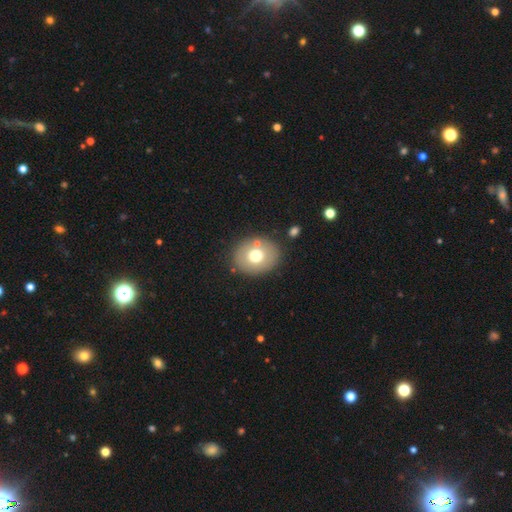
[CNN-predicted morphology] Smooth or featured? smooth (67%)
How rounded? round (62%)
Merging? none (82%)